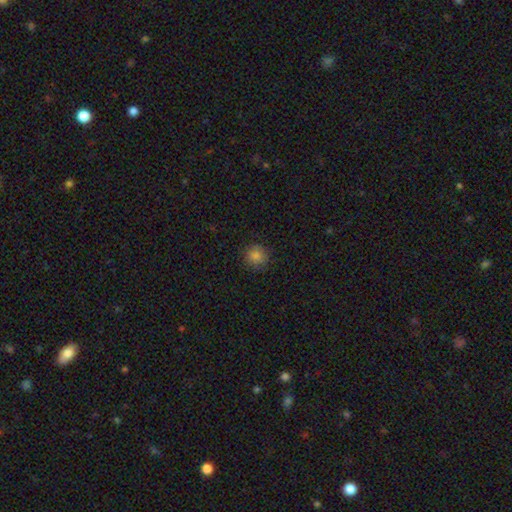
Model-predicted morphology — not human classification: Smooth or featured? smooth (83%)
How rounded? round (92%)
Merging? none (89%)